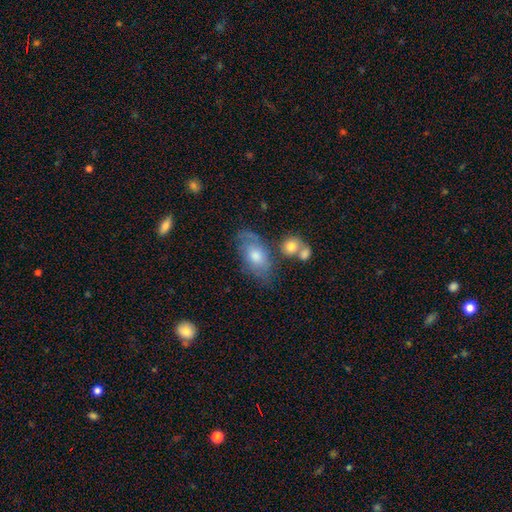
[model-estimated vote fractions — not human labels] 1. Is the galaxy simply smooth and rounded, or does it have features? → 48% smooth, 44% featured or disk, 8% star or artifact.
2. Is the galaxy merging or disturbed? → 57% none, 24% minor disturbance, 11% major disturbance, 8% merger.